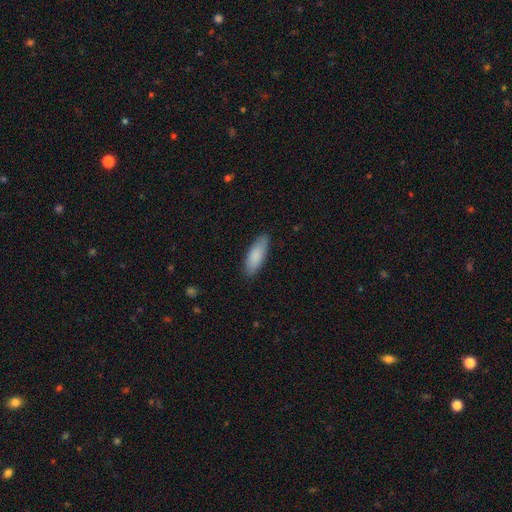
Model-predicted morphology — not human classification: This is clearly a smooth galaxy (87%). How rounded: likely in between (66%). Merging: clearly none (87%).